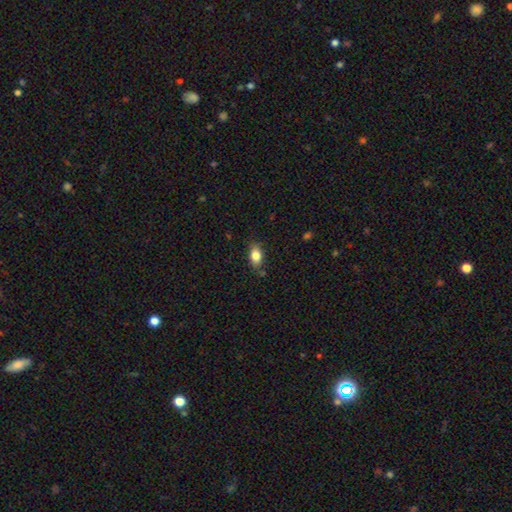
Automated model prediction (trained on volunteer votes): Overall: smooth (82%). How rounded: in between (85%). Merging: none (80%).